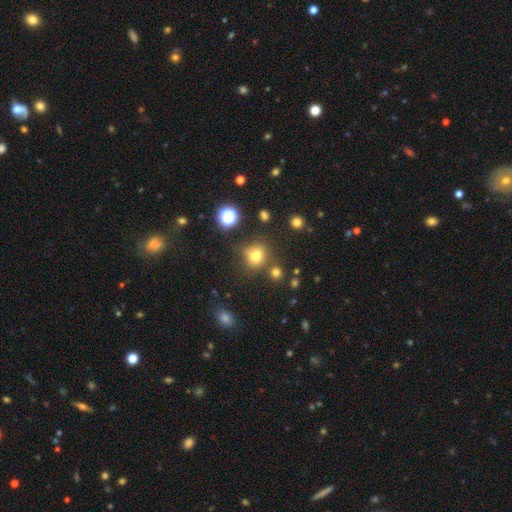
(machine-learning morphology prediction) Smooth or featured: smooth — 72% (star or artifact — 19%)
How rounded: round — 78% (in between — 21%)
Merging: none — 68% (minor disturbance — 16%)